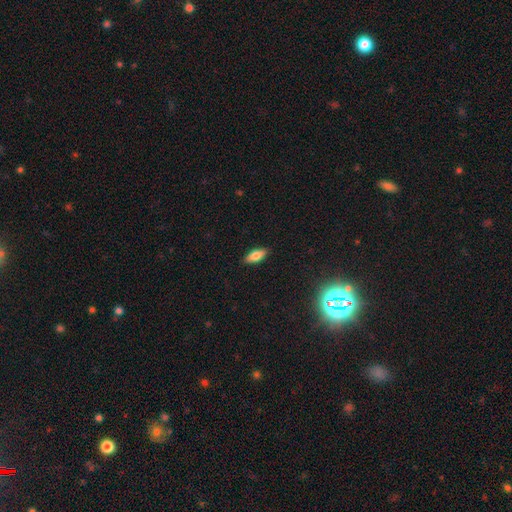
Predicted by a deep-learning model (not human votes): This appears to be a smooth galaxy with no disk features (76%) that is in between round and cigar-shaped (79%). Merging: none (89%).